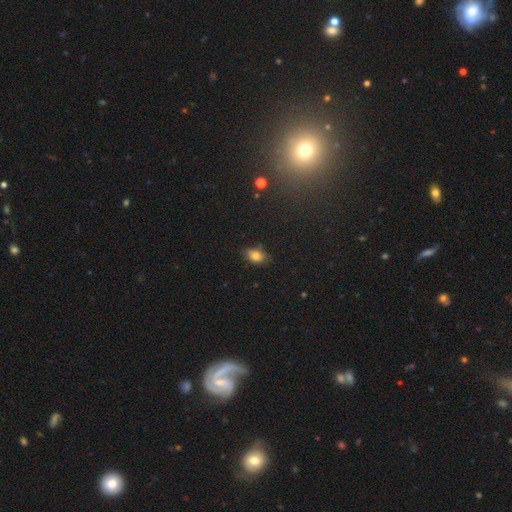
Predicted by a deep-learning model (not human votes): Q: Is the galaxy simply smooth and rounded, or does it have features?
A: smooth — 78%.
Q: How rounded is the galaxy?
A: in between — 79%.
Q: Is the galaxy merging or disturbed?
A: none — 77%.